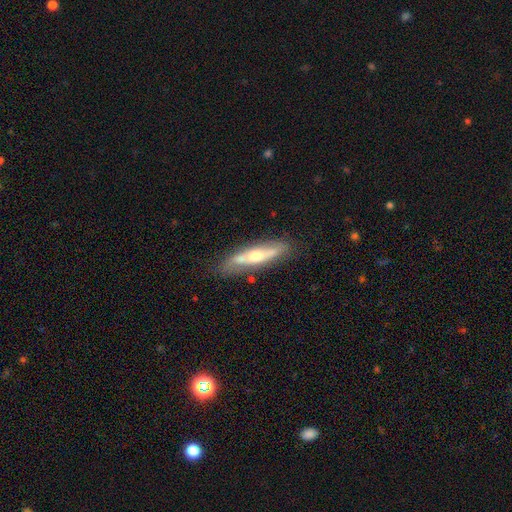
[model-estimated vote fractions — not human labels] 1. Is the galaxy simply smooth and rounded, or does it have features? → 61% featured or disk, 33% smooth, 6% star or artifact.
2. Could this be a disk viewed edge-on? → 58% yes, 42% no.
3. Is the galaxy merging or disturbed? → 76% none, 16% minor disturbance, 4% major disturbance, 4% merger.